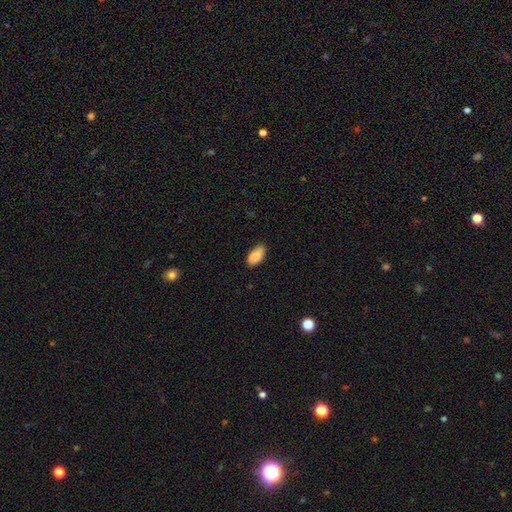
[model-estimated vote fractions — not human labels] smooth_or_featured: smooth (p=0.85) [alt: featured or disk p=0.08]
how_rounded: in between (p=0.94) [alt: round p=0.03]
merging: none (p=0.79) [alt: minor disturbance p=0.18]